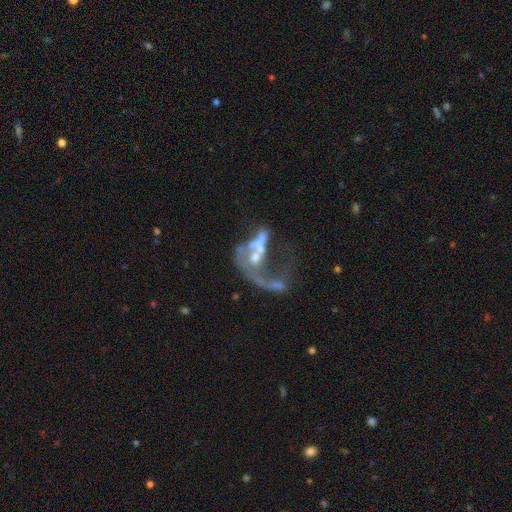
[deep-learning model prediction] Smooth or featured? Predicted: featured or disk (p=0.75). Edge-on disk? Predicted: no (p=0.96). Bar? Predicted: no (p=0.69). Spiral arms? Predicted: yes (p=0.56). Bulge size? Predicted: moderate (p=0.40). Merging? Predicted: merger (p=0.45).